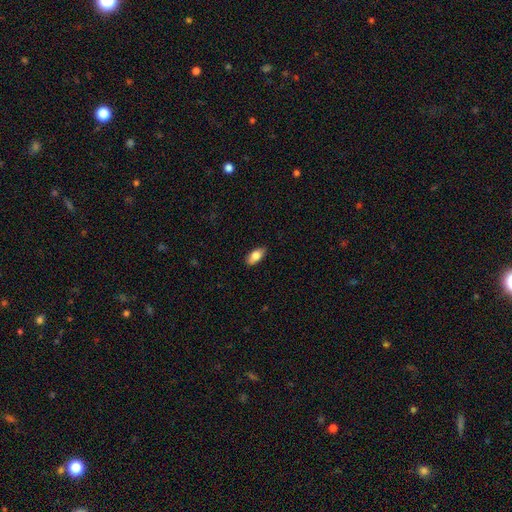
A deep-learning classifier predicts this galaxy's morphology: smooth-or-featured: smooth: 81% | featured or disk: 13% | star or artifact: 7%
  how-rounded: in between: 89% | cigar-shaped: 7% | round: 3%
  merging: none: 86% | minor disturbance: 11% | major disturbance: 2% | merger: 1%